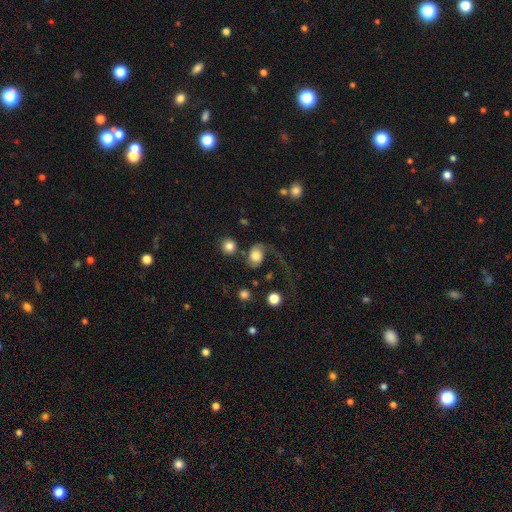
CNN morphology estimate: Smooth or featured?
  - smooth: 55% *
  - featured or disk: 36%
  - star or artifact: 9%
How rounded?
  - round: 52% *
  - in between: 46%
  - cigar-shaped: 1%
Merging?
  - major disturbance: 40% *
  - none: 32%
  - minor disturbance: 16%
  - merger: 11%